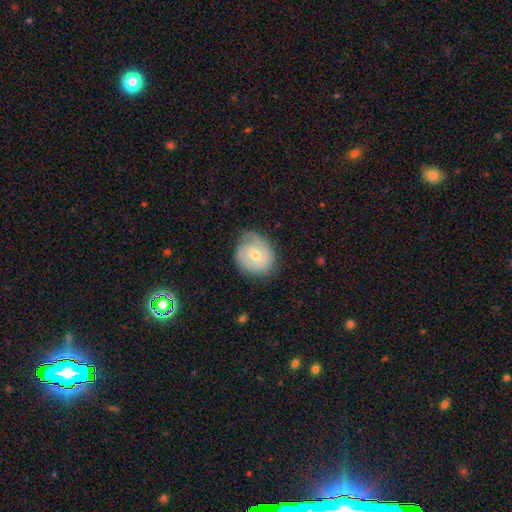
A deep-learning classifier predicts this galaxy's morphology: A featured or disk galaxy (53%) with no bar (61%), spiral arms (75%) and a moderate central bulge (53%). Merging: none (65%).